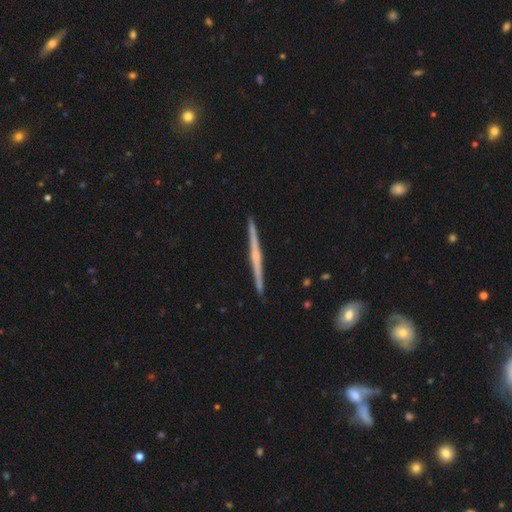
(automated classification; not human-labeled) This is likely a featured or disk galaxy (73%). It is clearly viewed edge-on (98%). Edge-on bulge: possibly none (52%). Merging: clearly none (92%).